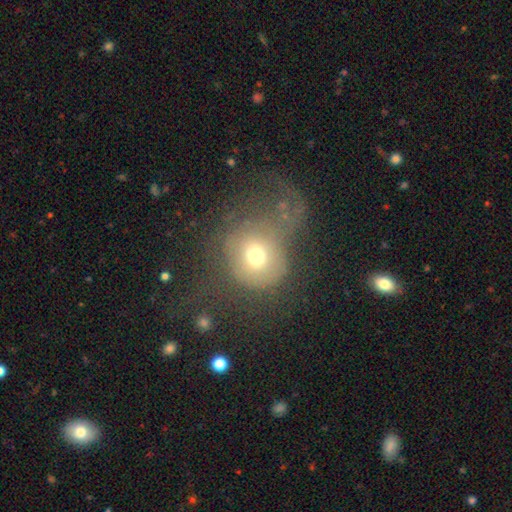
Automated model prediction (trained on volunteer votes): Smooth or featured? smooth (61%)
How rounded? round (82%)
Merging? major disturbance (55%)